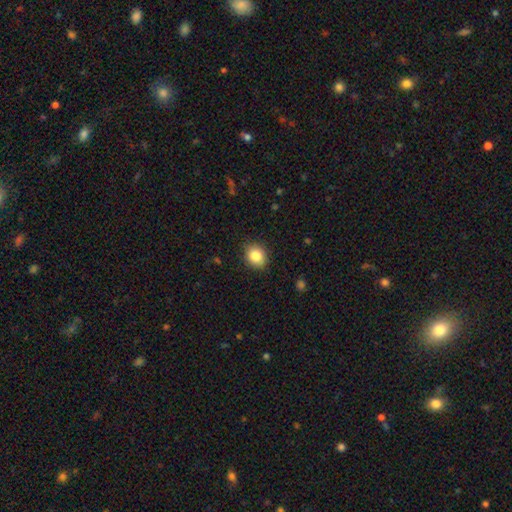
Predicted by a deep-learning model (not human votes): Smooth or featured? smooth (85%)
How rounded? round (59%)
Merging? none (87%)